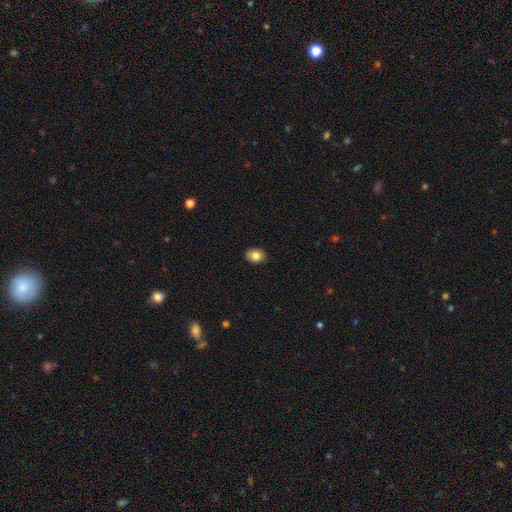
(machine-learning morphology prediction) smooth_or_featured: smooth (p=0.82) [alt: featured or disk p=0.09]
how_rounded: in between (p=0.69) [alt: round p=0.30]
merging: none (p=0.88) [alt: minor disturbance p=0.09]